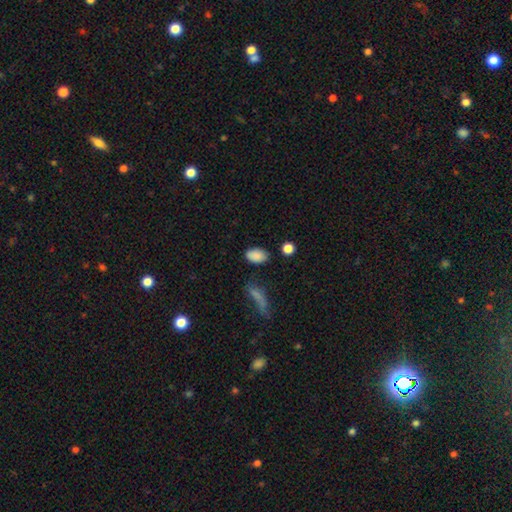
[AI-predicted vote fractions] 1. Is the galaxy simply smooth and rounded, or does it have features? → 87% smooth, 8% star or artifact, 5% featured or disk.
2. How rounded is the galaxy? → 90% in between, 8% round, 2% cigar-shaped.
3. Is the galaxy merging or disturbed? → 78% none, 13% minor disturbance, 5% merger, 4% major disturbance.